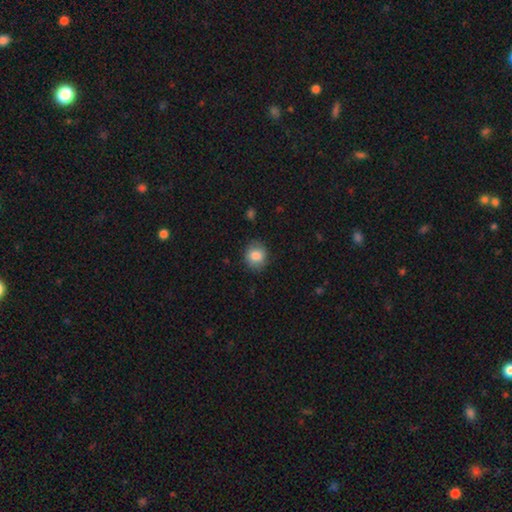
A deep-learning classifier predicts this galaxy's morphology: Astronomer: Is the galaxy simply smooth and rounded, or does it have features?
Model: smooth — 84%.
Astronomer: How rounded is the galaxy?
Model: round — 79%.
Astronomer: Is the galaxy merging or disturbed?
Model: none — 84%.